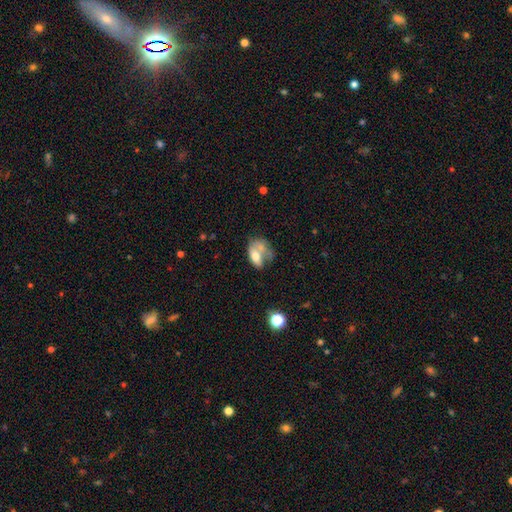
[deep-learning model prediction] Morphology: type=smooth (63%); roundness=in between (85%); merging=merger (45%).